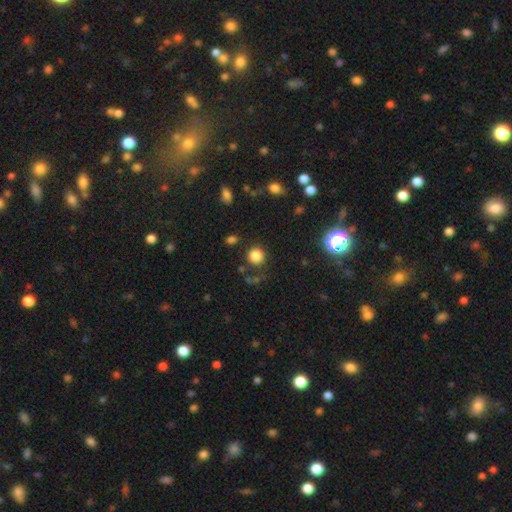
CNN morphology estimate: smooth_or_featured: smooth (p=0.83) [alt: star or artifact p=0.13]
how_rounded: round (p=0.91) [alt: in between p=0.08]
merging: none (p=0.83) [alt: minor disturbance p=0.09]